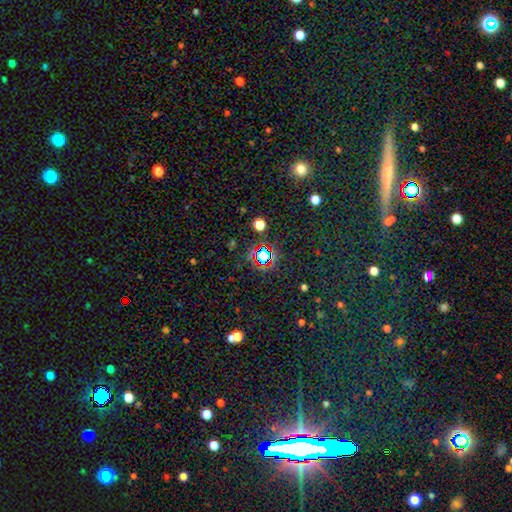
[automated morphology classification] Smooth or featured: star or artifact — 75% (smooth — 17%)